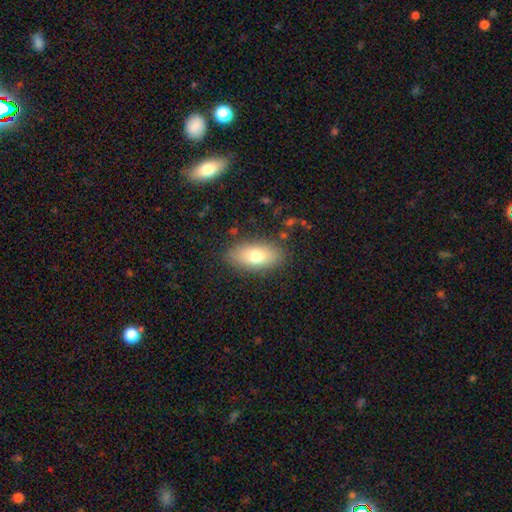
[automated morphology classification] Smooth or featured? Predicted: smooth (p=0.73). How rounded? Predicted: in between (p=0.87). Merging? Predicted: none (p=0.85).